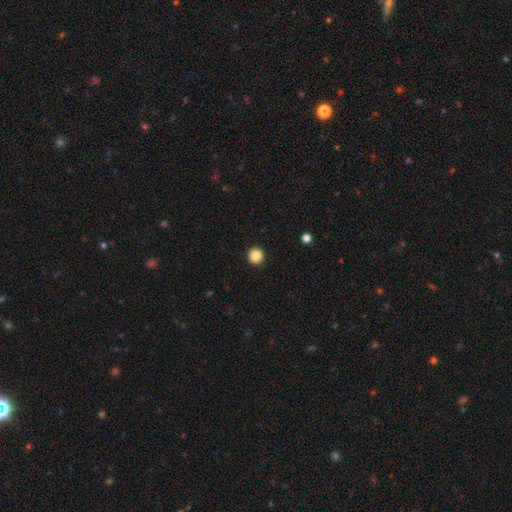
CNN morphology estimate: The model was most divided on "smooth or featured": smooth: 87%, star or artifact: 10%, featured or disk: 3%. More confident: how rounded — round (95%); merging — none (94%).